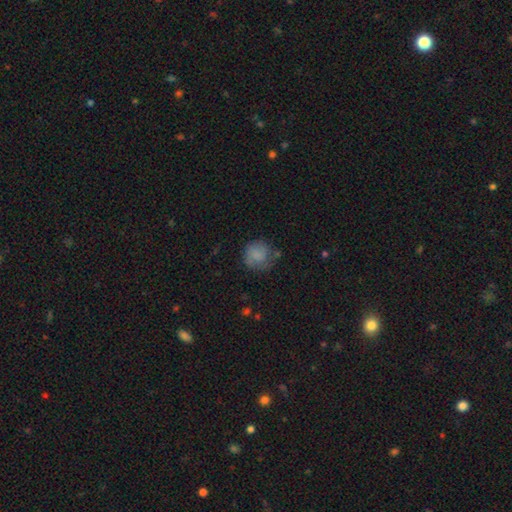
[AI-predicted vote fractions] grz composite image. It shows a smooth galaxy with no disk features (73%) that is round (86%). Merging: none (59%).